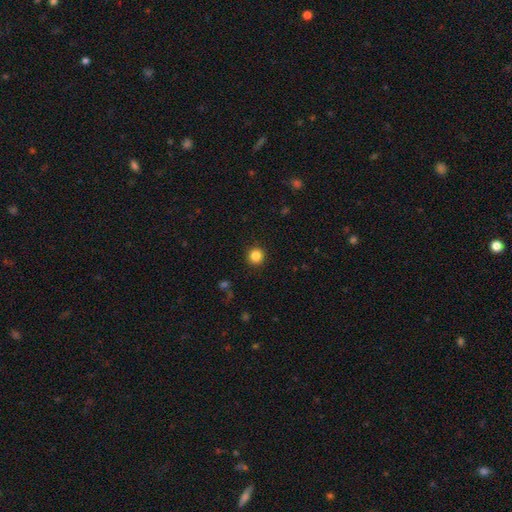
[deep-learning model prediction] smooth_or_featured: smooth (p=0.85) [alt: star or artifact p=0.11]
how_rounded: round (p=0.95) [alt: in between p=0.04]
merging: none (p=0.92) [alt: minor disturbance p=0.05]